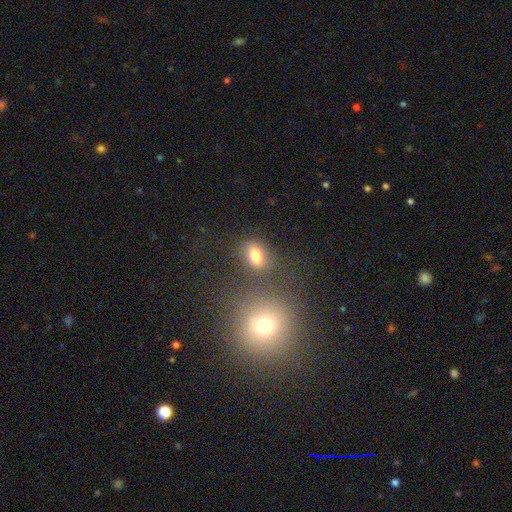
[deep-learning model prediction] Smooth or featured? smooth (78%)
How rounded? in between (71%)
Merging? none (70%)